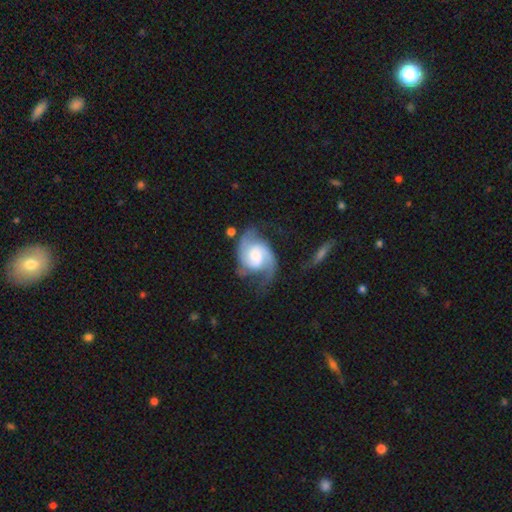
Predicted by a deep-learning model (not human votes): featured or disk 86%, smooth 9%, star or artifact 5%. Down the decision tree: edge-on disk — no (98%); bar — no (58%); spiral arms — yes (97%); spiral arm count — 2 (78%); spiral winding — medium (51%); bulge size — moderate (34%); merging — none (55%).